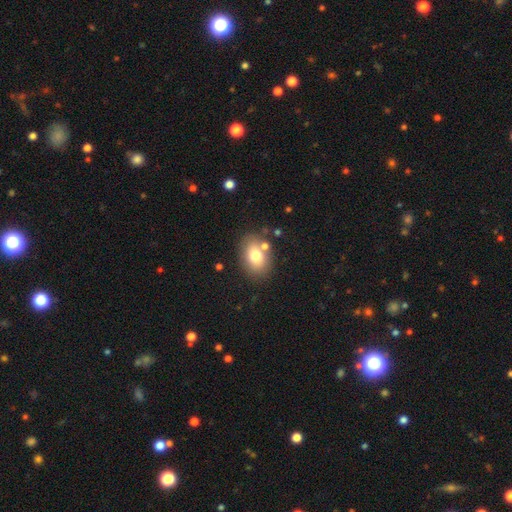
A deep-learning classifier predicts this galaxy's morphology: This appears to be a smooth galaxy with no disk features (75%) that is in between round and cigar-shaped (75%). Merging: none (74%).